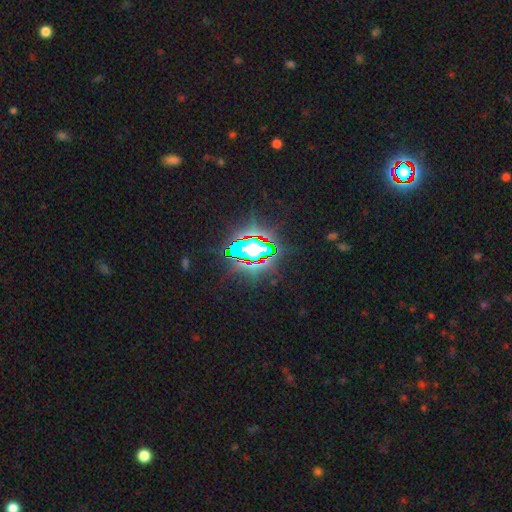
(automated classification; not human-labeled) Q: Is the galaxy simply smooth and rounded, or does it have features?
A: star or artifact — 79%.